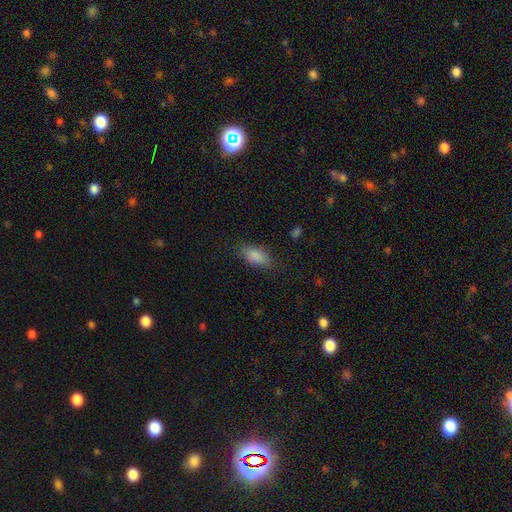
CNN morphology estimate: type=smooth (87%); roundness=in between (89%); merging=none (78%).